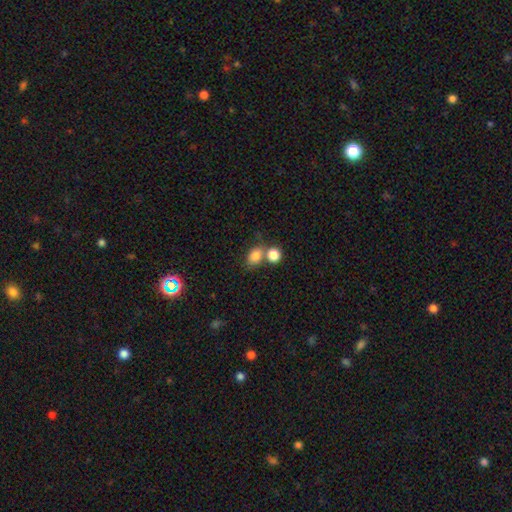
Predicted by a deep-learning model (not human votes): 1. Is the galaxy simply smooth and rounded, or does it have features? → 81% smooth, 11% star or artifact, 8% featured or disk.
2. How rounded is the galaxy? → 66% in between, 33% round, 2% cigar-shaped.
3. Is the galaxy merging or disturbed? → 49% none, 35% merger, 12% minor disturbance, 5% major disturbance.